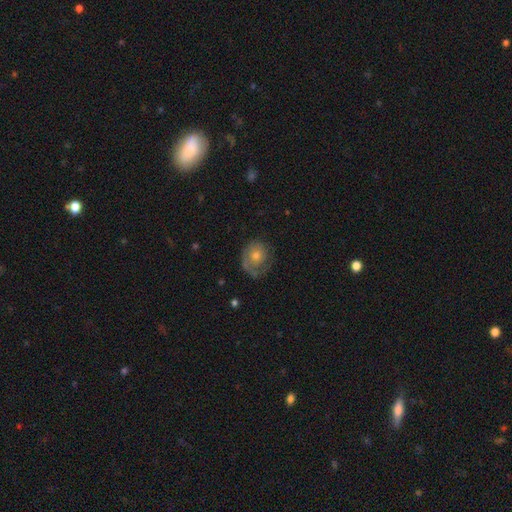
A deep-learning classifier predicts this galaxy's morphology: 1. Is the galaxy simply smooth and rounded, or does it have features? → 49% featured or disk, 41% smooth, 10% star or artifact.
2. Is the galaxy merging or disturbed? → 62% none, 22% minor disturbance, 15% major disturbance, 2% merger.